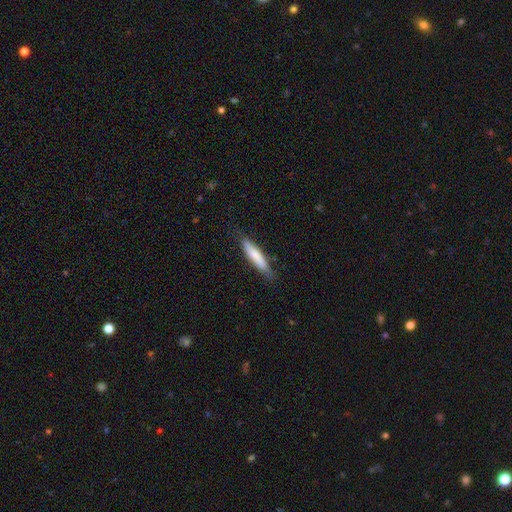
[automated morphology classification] Smooth or featured? smooth (76%)
How rounded? cigar-shaped (83%)
Merging? none (77%)